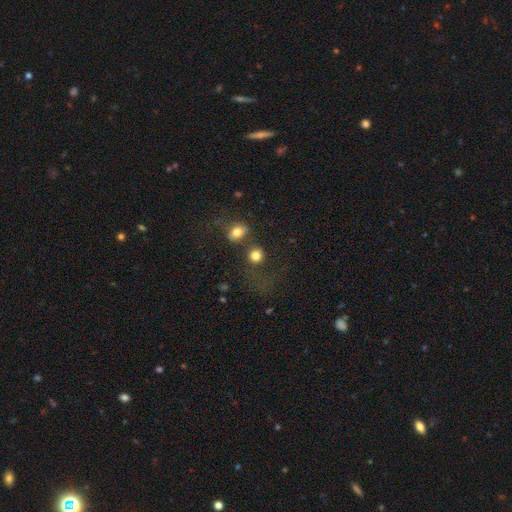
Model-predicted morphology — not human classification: Smooth or featured? smooth (80%)
How rounded? round (80%)
Merging? none (53%)